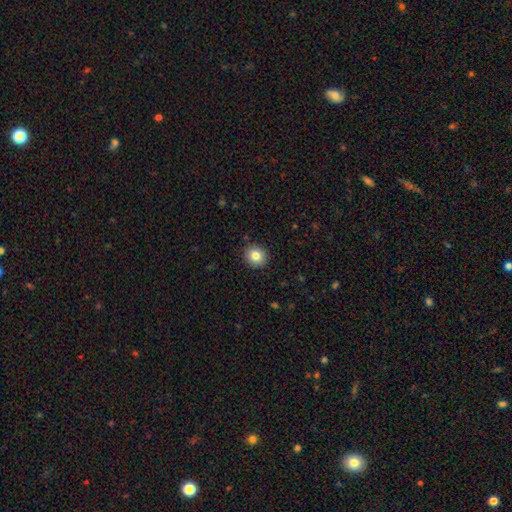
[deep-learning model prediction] Smooth or featured: smooth — 83% (star or artifact — 10%)
How rounded: round — 88% (in between — 11%)
Merging: none — 91% (minor disturbance — 6%)